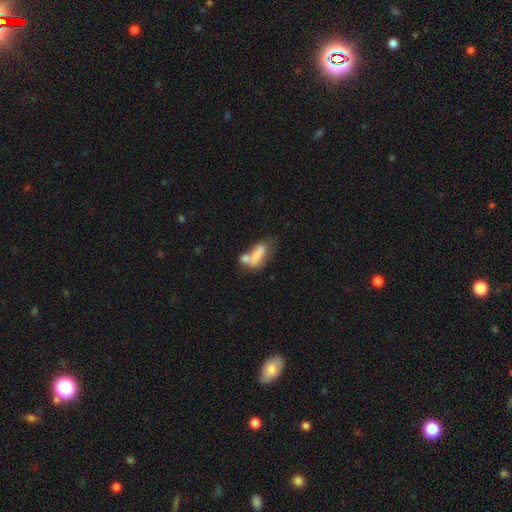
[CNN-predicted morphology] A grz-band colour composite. It shows a smooth galaxy with no disk features (62%) that is in between round and cigar-shaped (79%). Merging: merger (58%).